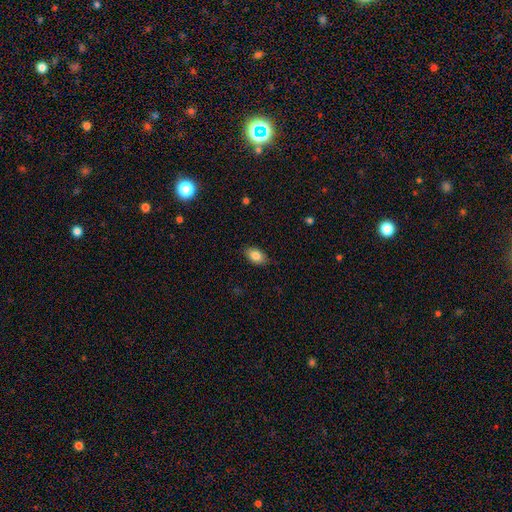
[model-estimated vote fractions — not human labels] A smooth galaxy with no disk features (84%) that is in between round and cigar-shaped (88%).

Vote fractions:
- Smooth or featured? smooth: 84% / featured or disk: 8% / star or artifact: 8%
- How rounded? in between: 88% / round: 10% / cigar-shaped: 2%
- Merging? none: 84% / minor disturbance: 13% / major disturbance: 2% / merger: 1%